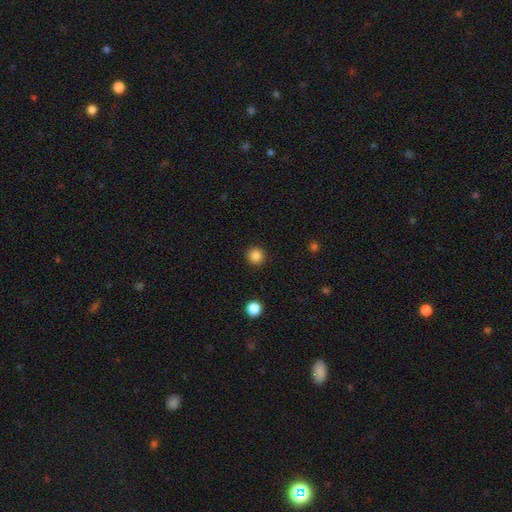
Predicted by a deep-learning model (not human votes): smooth-or-featured: smooth: 85% | star or artifact: 11% | featured or disk: 4%
  how-rounded: round: 95% | in between: 4% | cigar-shaped: 1%
  merging: none: 92% | minor disturbance: 5% | major disturbance: 2% | merger: 1%